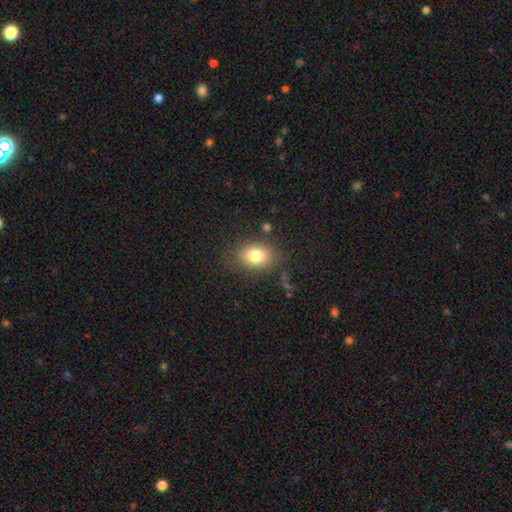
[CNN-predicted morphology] type=smooth (79%); roundness=in between (64%); merging=none (81%).